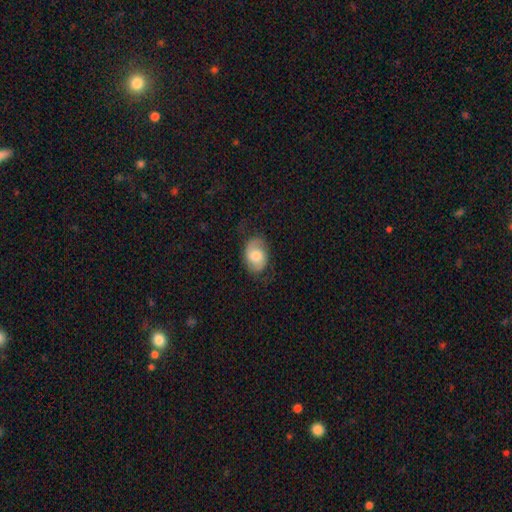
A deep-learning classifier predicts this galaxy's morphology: Overall: smooth (59%; featured or disk 34%). How rounded: in between (78%). Merging: none (65%).